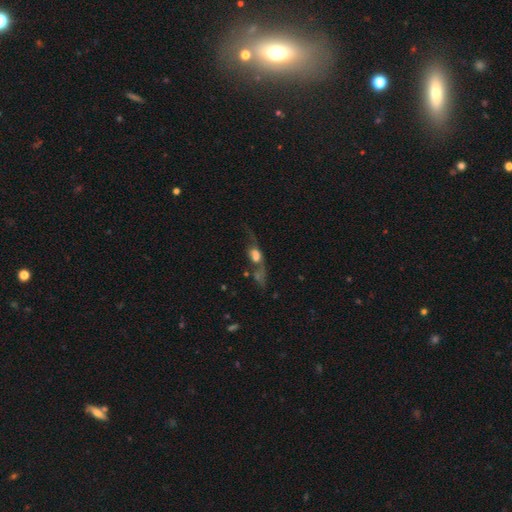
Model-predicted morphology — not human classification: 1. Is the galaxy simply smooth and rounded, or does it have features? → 45% featured or disk, 40% smooth, 15% star or artifact.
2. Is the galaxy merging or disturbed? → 31% merger, 28% major disturbance, 27% none, 14% minor disturbance.